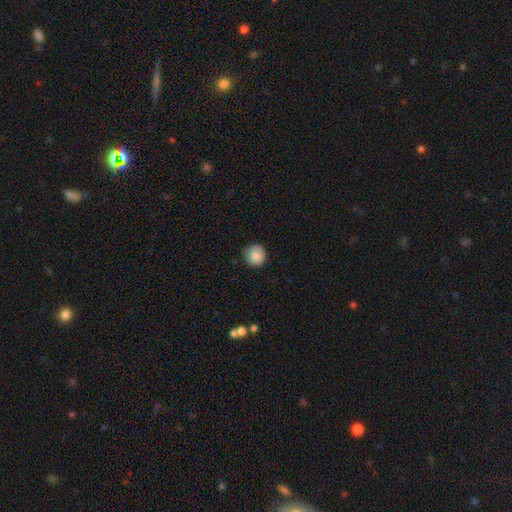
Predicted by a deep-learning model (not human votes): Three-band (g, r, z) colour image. It shows a smooth galaxy with no disk features (87%) that is round (95%). Merging: none (85%).